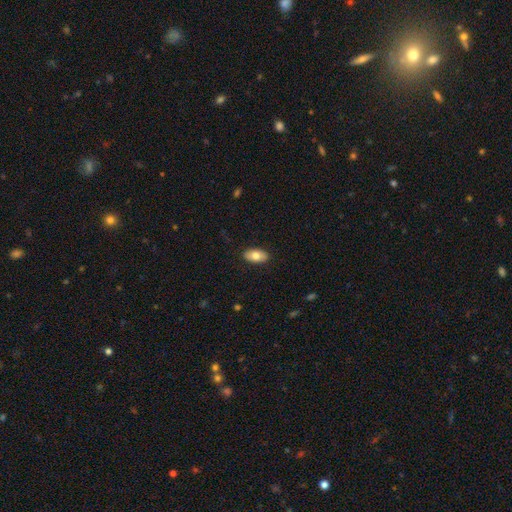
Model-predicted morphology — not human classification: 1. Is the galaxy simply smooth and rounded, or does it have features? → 77% smooth, 16% featured or disk, 6% star or artifact.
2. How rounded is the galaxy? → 93% in between, 4% cigar-shaped, 3% round.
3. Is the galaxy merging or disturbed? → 89% none, 8% minor disturbance, 2% major disturbance, 1% merger.